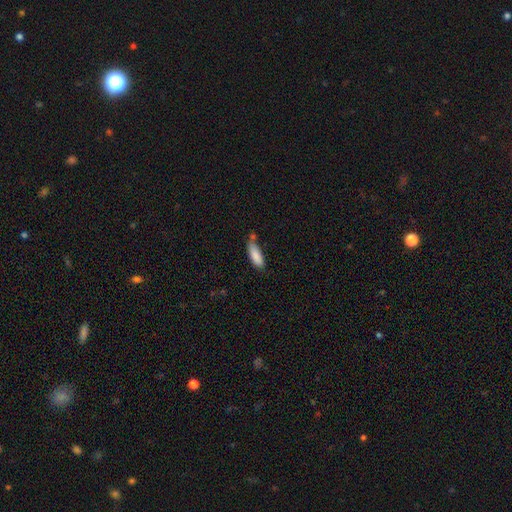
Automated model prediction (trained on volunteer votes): smooth 86%, featured or disk 7%, star or artifact 7%. Down the decision tree: how rounded — in between (62%); merging — none (55%).